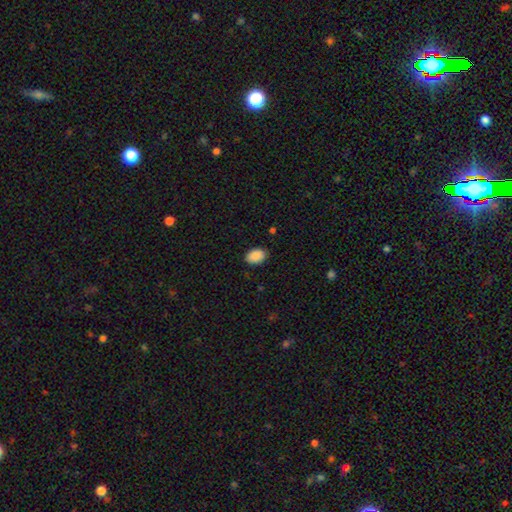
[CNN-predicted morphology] The model was most divided on "how rounded": in between: 84%, round: 15%, cigar-shaped: 1%. More confident: smooth or featured — smooth (90%); merging — none (87%).